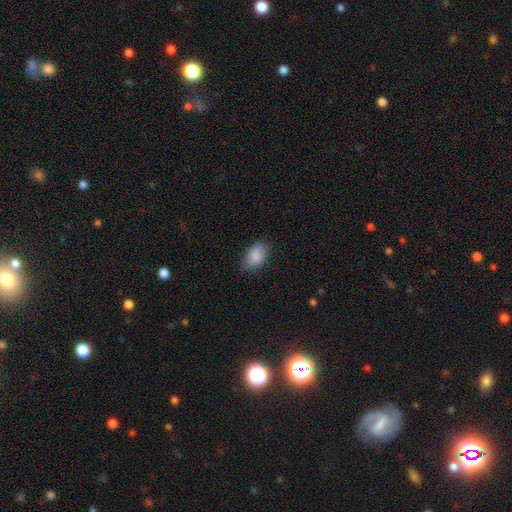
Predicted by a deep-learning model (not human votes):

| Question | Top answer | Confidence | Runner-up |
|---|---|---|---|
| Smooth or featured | smooth | 83% | featured or disk (10%) |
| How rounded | in between | 90% | round (8%) |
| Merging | none | 75% | minor disturbance (20%) |